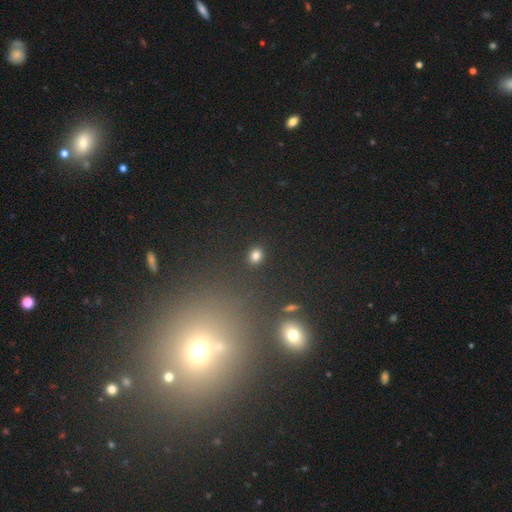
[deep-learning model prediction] This appears to be a smooth galaxy with no disk features (80%) that is round (54%). Merging: none (89%).